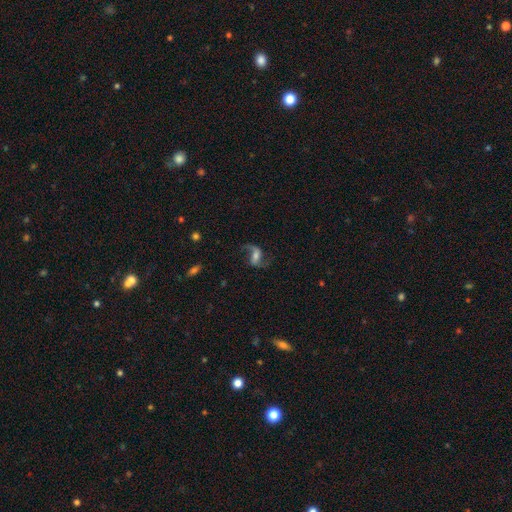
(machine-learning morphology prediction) Smooth or featured? featured or disk (81%)
Edge-on disk? no (96%)
Bar? weak (44%)
Spiral arms? yes (95%)
Spiral winding? loose (74%)
Spiral arm count? 2 (88%)
Bulge size? moderate (45%)
Merging? none (70%)